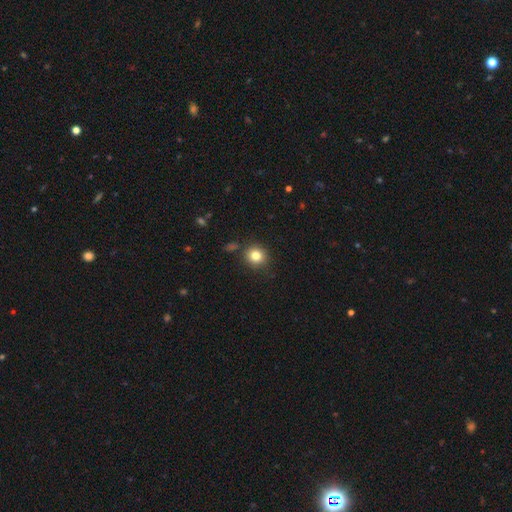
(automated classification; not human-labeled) smooth 82%, star or artifact 12%, featured or disk 7%. Down the decision tree: how rounded — round (88%); merging — none (84%).